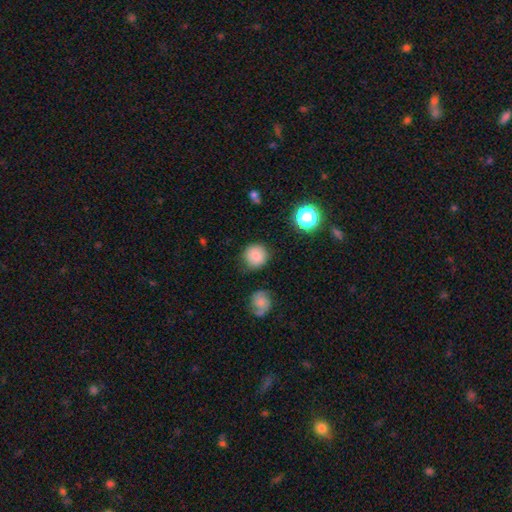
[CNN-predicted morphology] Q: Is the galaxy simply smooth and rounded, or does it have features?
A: smooth — 83%.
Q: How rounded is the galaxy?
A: round — 92%.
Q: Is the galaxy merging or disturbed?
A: none — 84%.